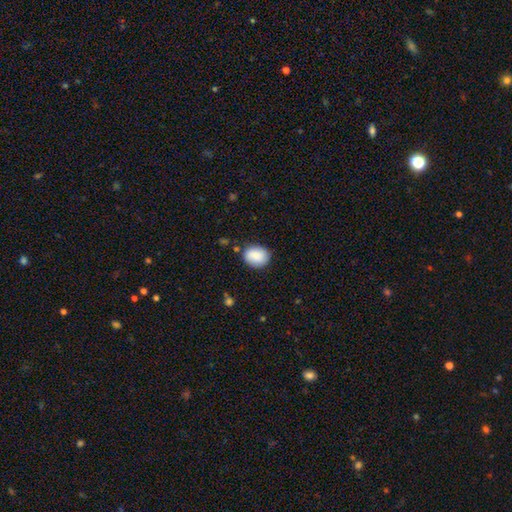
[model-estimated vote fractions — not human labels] smooth-or-featured: smooth: 88% | star or artifact: 7% | featured or disk: 6%
  how-rounded: round: 50% | in between: 49% | cigar-shaped: 1%
  merging: none: 80% | minor disturbance: 15% | major disturbance: 3% | merger: 2%